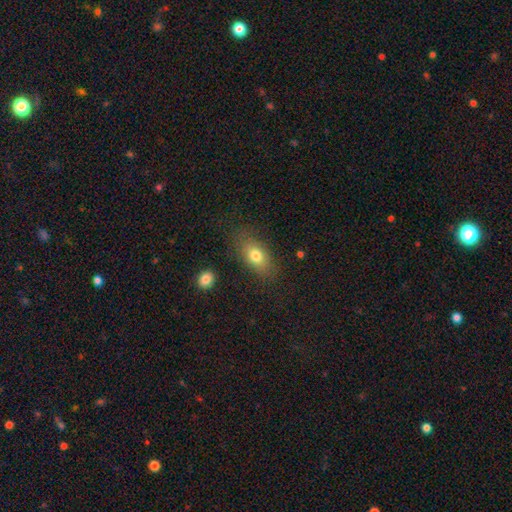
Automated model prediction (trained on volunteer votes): The model was most divided on "smooth or featured": smooth: 76%, featured or disk: 14%, star or artifact: 9%. More confident: how rounded — in between (85%); merging — none (77%).